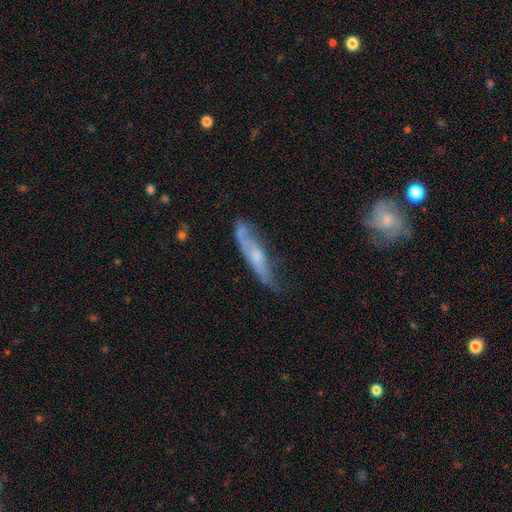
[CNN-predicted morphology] The model was most divided on "edge-on disk": yes: 55%, no: 45%. Remaining: smooth or featured — featured or disk (51%); merging — none (47%).